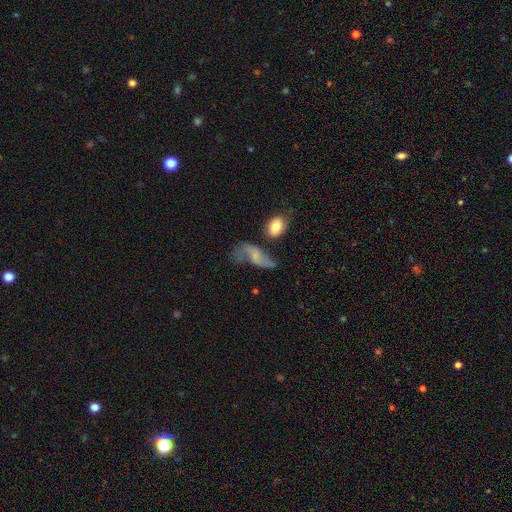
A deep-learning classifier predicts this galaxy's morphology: type=featured or disk (61%); edge-on=no (94%); bar=no (57%); spiral arms=yes (80%); bulge=small (47%); merging=none (38%).